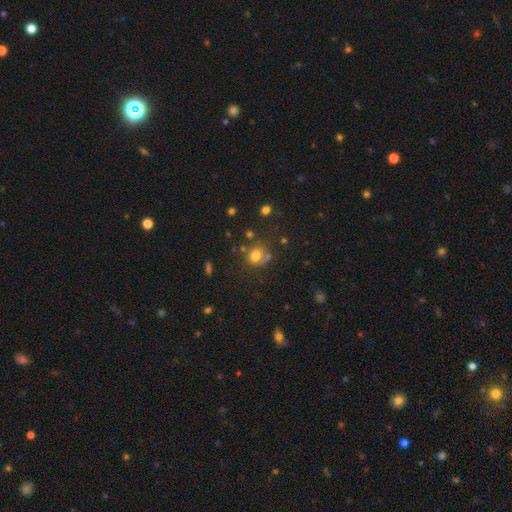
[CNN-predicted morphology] The model was most divided on "how rounded": round: 65%, in between: 34%, cigar-shaped: 1%. More confident: smooth or featured — smooth (71%); merging — none (53%).